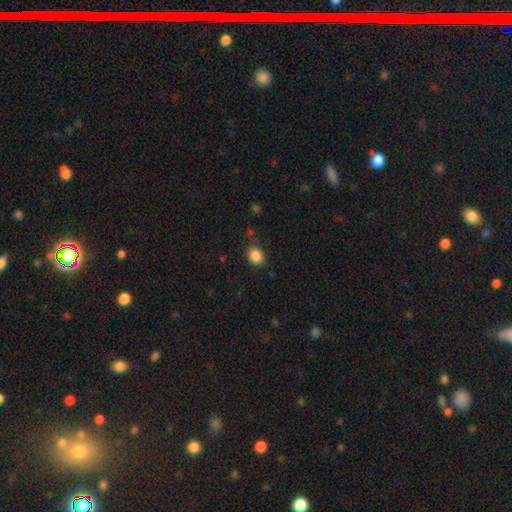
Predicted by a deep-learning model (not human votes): Q: Smooth or featured?
A: smooth (87%); runner-up: star or artifact (10%)
Q: How rounded?
A: round (53%); runner-up: in between (46%)
Q: Merging?
A: none (78%); runner-up: minor disturbance (15%)